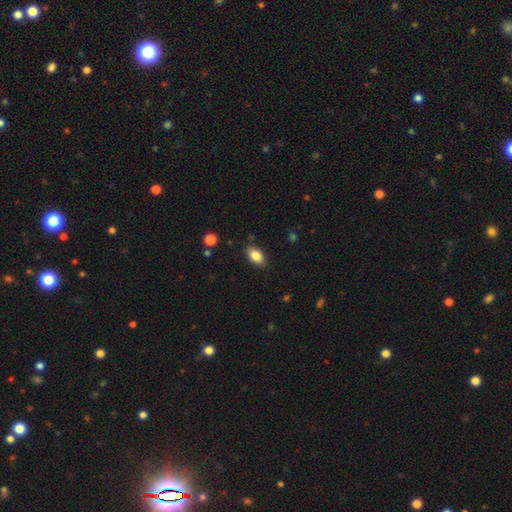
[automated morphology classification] Smooth or featured?
  - smooth: 85% *
  - star or artifact: 8%
  - featured or disk: 7%
How rounded?
  - in between: 90% *
  - round: 8%
  - cigar-shaped: 2%
Merging?
  - none: 84% *
  - minor disturbance: 12%
  - major disturbance: 2%
  - merger: 1%